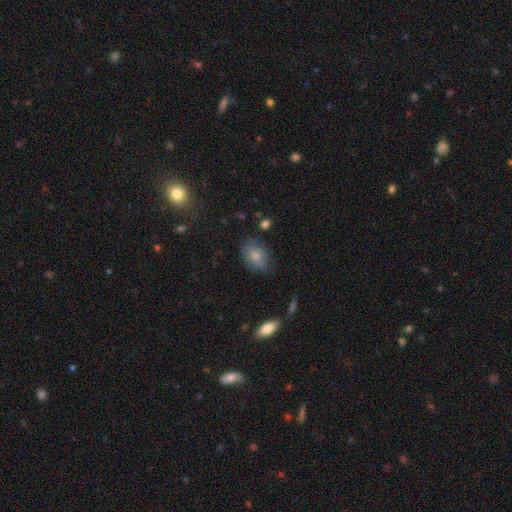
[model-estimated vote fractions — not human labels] This is likely a smooth galaxy (76%). How rounded: likely in between (78%). Merging: likely none (67%).